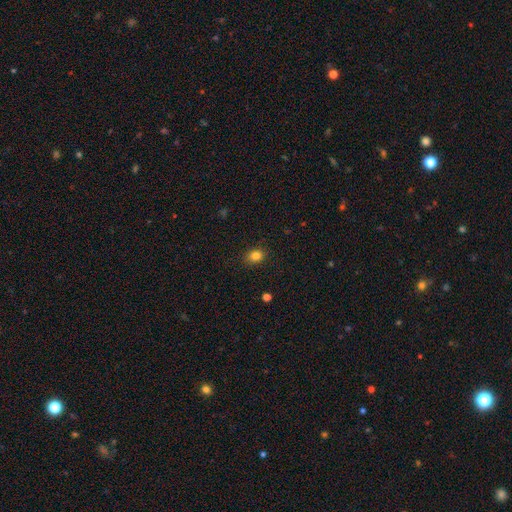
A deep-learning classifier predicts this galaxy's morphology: Smooth or featured? Predicted: smooth (p=0.83). How rounded? Predicted: in between (p=0.53). Merging? Predicted: none (p=0.87).